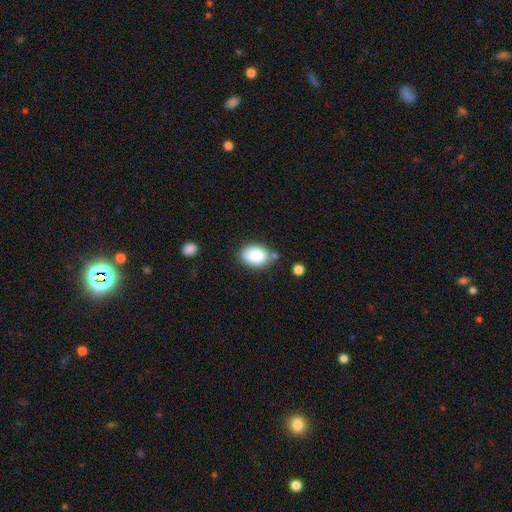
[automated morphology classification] Smooth or featured: smooth — 87% (star or artifact — 7%)
How rounded: in between — 86% (round — 13%)
Merging: none — 71% (minor disturbance — 17%)